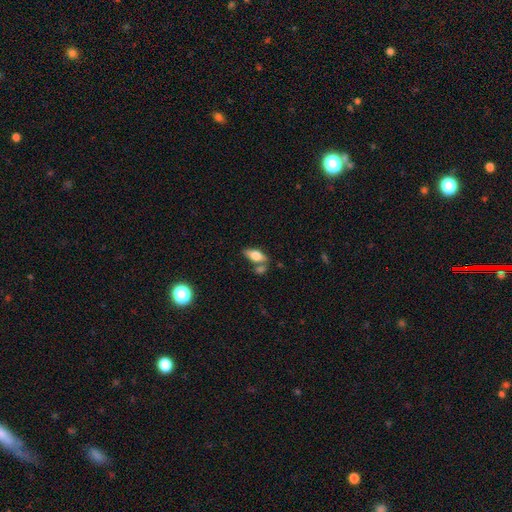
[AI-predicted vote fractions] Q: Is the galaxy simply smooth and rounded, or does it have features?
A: smooth — 68%.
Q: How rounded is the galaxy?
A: in between — 81%.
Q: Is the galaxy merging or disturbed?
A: none — 59%.